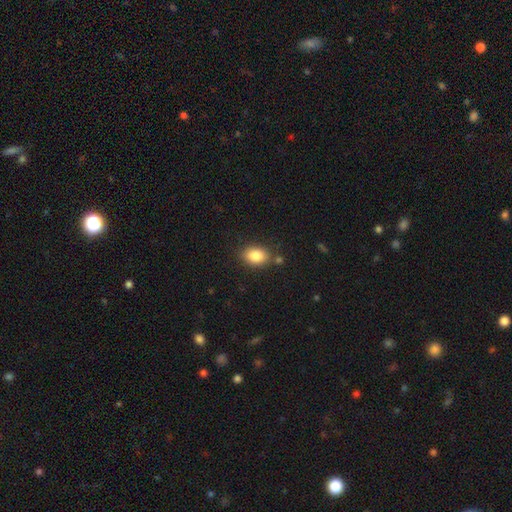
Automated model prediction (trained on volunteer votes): A smooth galaxy with no disk features (85%) that is in between round and cigar-shaped (75%). Merging: none (78%).